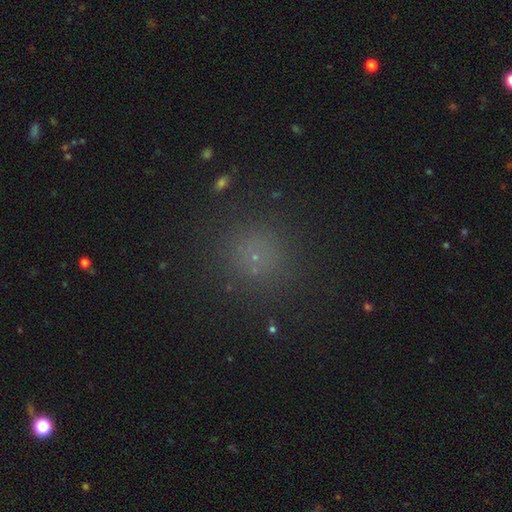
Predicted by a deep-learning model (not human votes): Smooth or featured?
  - smooth: 64% *
  - star or artifact: 28%
  - featured or disk: 8%
How rounded?
  - round: 93% *
  - in between: 6%
  - cigar-shaped: 1%
Merging?
  - none: 87% *
  - minor disturbance: 8%
  - major disturbance: 4%
  - merger: 2%